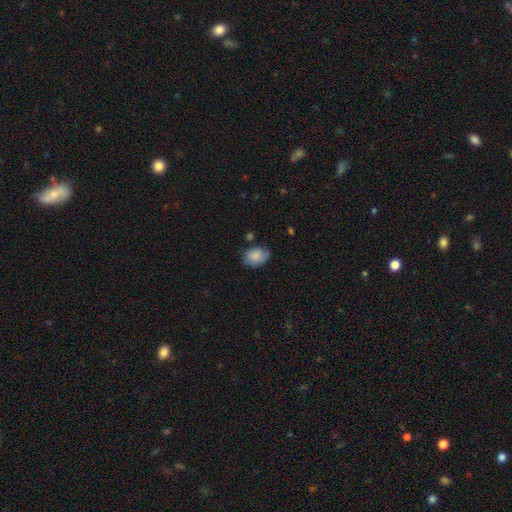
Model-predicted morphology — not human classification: This is clearly a smooth galaxy (80%). How rounded: likely in between (67%). Merging: possibly none (59%).